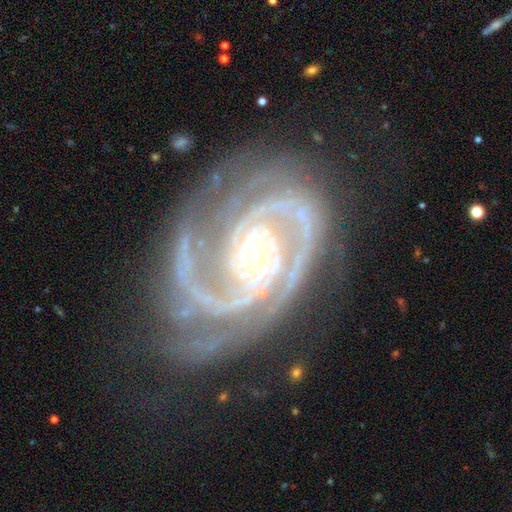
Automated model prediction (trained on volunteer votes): Smooth or featured: featured or disk — 93% (star or artifact — 5%)
Edge-on disk: no — 98% (yes — 2%)
Bar: no — 58% (weak — 26%)
Spiral arms: yes — 99% (no — 1%)
Spiral winding: tight — 64% (medium — 32%)
Spiral arm count: 2 — 58% (3 — 21%)
Bulge size: small — 72% (moderate — 24%)
Merging: none — 65% (minor disturbance — 20%)